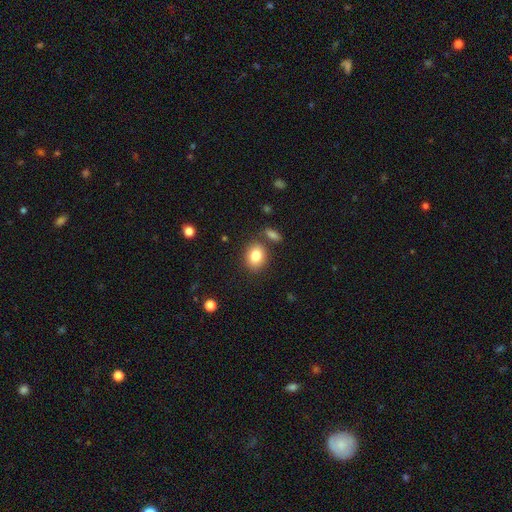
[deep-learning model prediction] Overall: smooth (83%). How rounded: in between (59%; round 40%). Merging: none (75%).